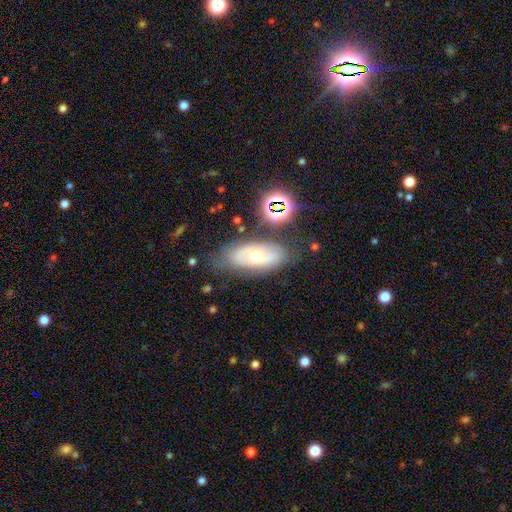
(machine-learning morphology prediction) Smooth or featured?
  - featured or disk: 55% *
  - smooth: 33%
  - star or artifact: 12%
Edge-on disk?
  - no: 85% *
  - yes: 15%
Merging?
  - none: 68% *
  - minor disturbance: 20%
  - major disturbance: 7%
  - merger: 5%